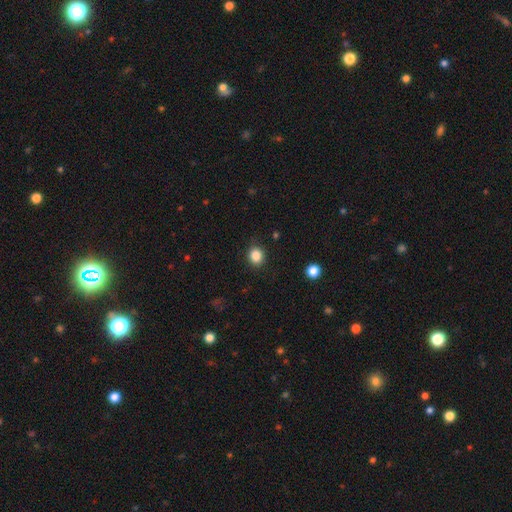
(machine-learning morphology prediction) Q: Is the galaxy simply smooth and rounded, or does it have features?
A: smooth — 85%.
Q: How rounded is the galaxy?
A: round — 74%.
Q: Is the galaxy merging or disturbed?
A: none — 86%.